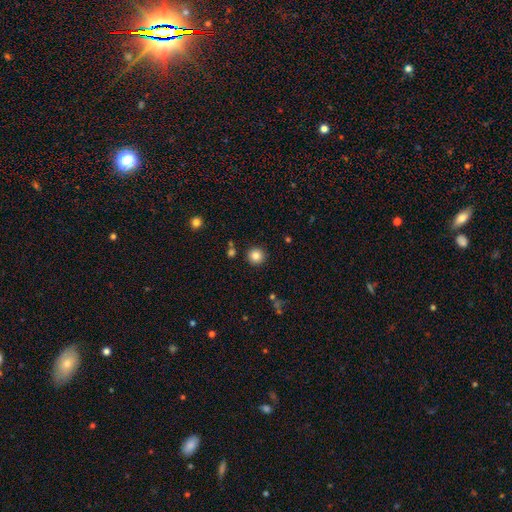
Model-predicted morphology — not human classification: This appears to be a smooth galaxy with no disk features (84%) that is round (95%). Merging: none (90%).